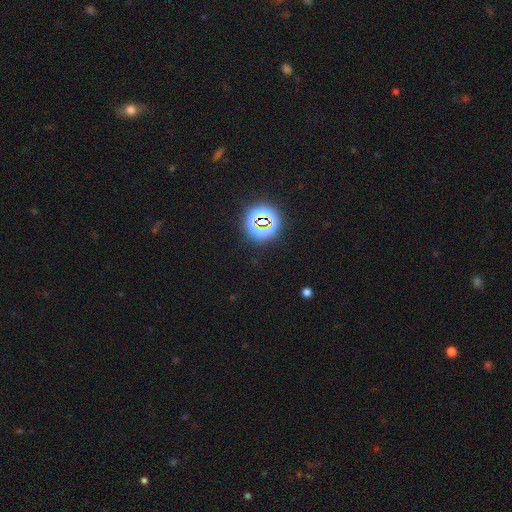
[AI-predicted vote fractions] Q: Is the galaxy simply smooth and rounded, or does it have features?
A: star or artifact — 78%.